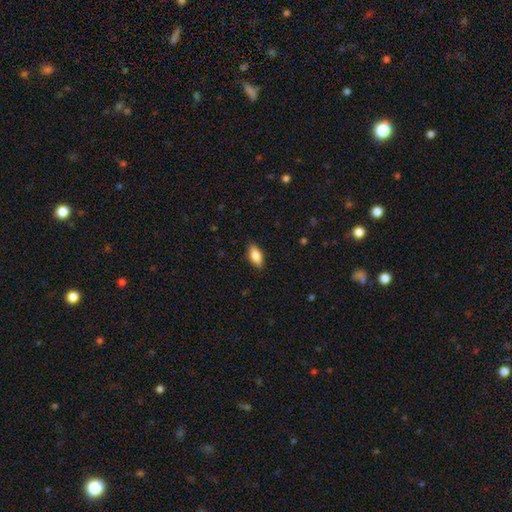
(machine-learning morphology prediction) Smooth or featured? Predicted: smooth (p=0.81). How rounded? Predicted: in between (p=0.86). Merging? Predicted: none (p=0.88).